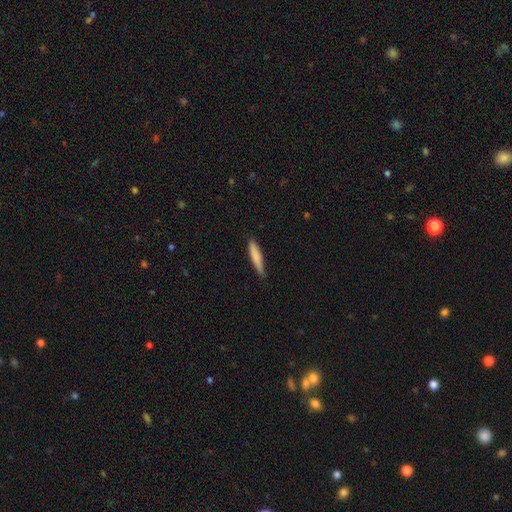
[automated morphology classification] This is clearly a smooth galaxy (82%). How rounded: clearly cigar-shaped (88%). Merging: likely none (78%).